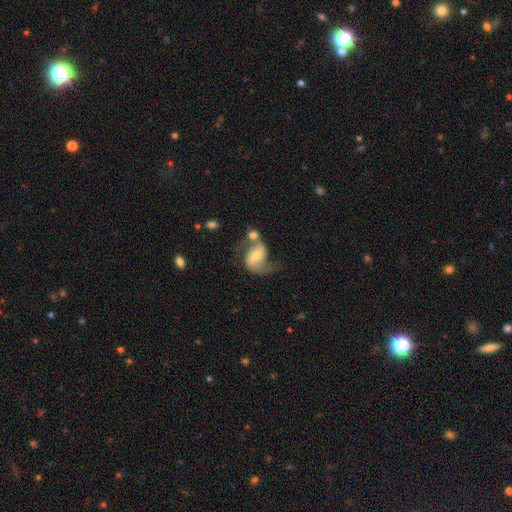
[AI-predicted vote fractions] Overall: featured or disk (62%; smooth 31%). Edge-on disk: no (96%). Bar: weak (40%; no 31%). Spiral arms: yes (83%). Bulge size: moderate (56%; small 33%). Merging: none (33%; merger 25%).